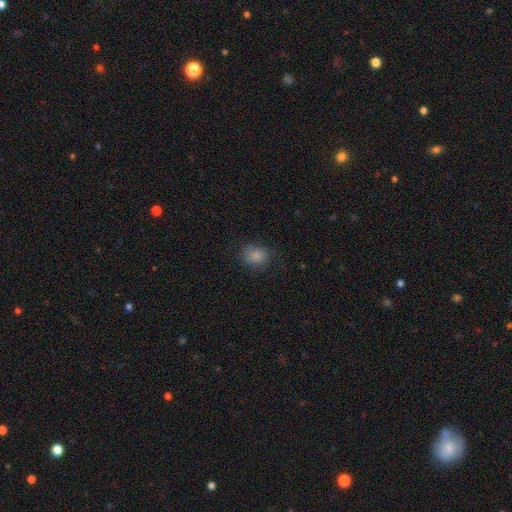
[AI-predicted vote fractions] Smooth or featured? Predicted: smooth (p=0.83). How rounded? Predicted: round (p=0.57). Merging? Predicted: none (p=0.70).